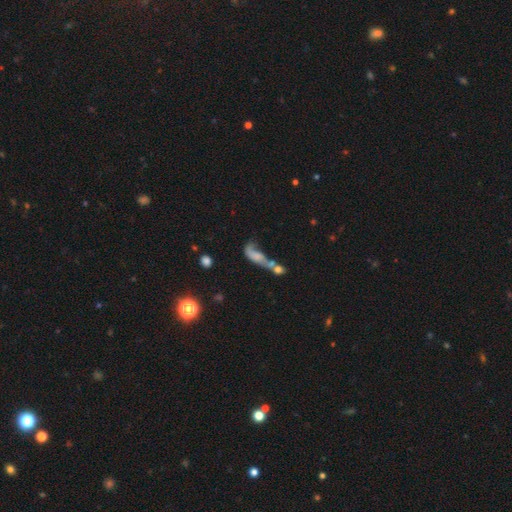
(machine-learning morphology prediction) This is possibly a smooth galaxy (49%). Merging: marginally merger (43%).